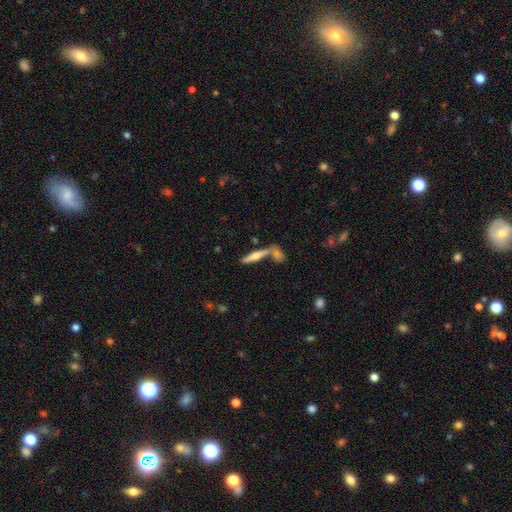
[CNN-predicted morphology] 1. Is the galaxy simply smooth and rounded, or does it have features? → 47% smooth, 45% featured or disk, 8% star or artifact.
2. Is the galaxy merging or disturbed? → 61% none, 27% merger, 9% minor disturbance, 3% major disturbance.